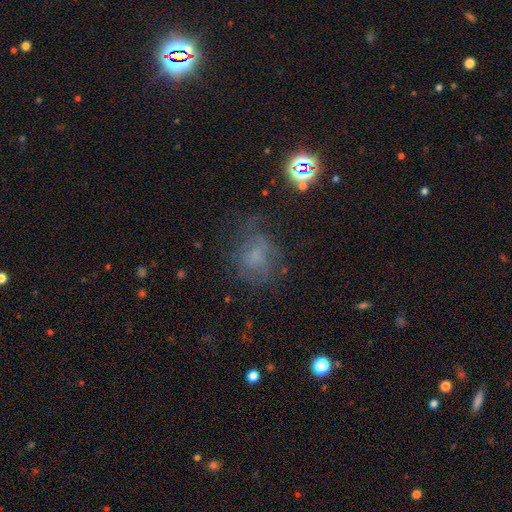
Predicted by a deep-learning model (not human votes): Smooth or featured?
  - smooth: 47% *
  - featured or disk: 29%
  - star or artifact: 24%
Merging?
  - none: 53% *
  - minor disturbance: 24%
  - major disturbance: 21%
  - merger: 2%